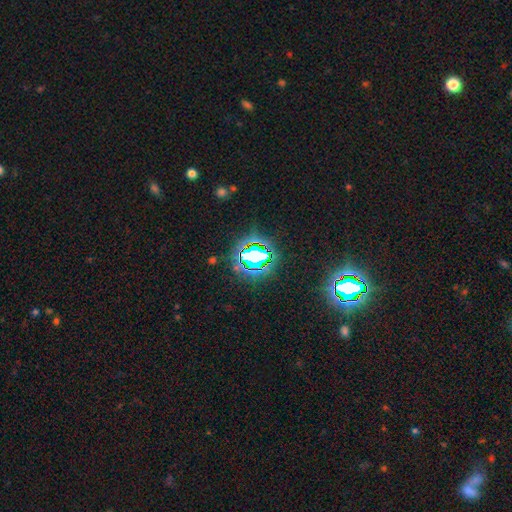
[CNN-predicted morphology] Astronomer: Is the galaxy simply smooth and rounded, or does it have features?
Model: star or artifact — 72%.